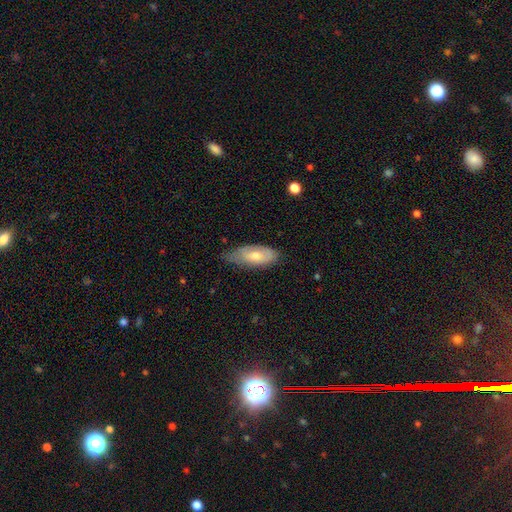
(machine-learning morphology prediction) Smooth or featured?
  - smooth: 60% *
  - featured or disk: 33%
  - star or artifact: 7%
How rounded?
  - in between: 81% *
  - cigar-shaped: 17%
  - round: 2%
Merging?
  - none: 52% *
  - minor disturbance: 38%
  - major disturbance: 8%
  - merger: 2%